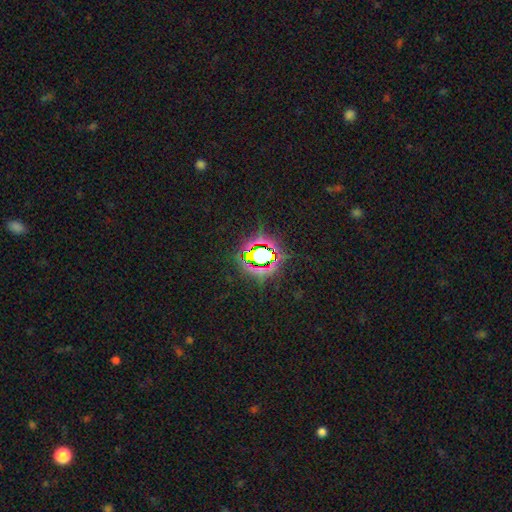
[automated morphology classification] star or artifact 80%, smooth 13%, featured or disk 8%.